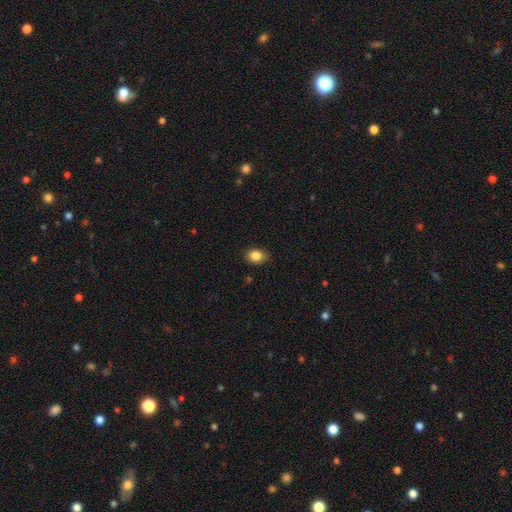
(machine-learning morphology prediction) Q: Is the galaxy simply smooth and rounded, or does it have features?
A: smooth — 86%.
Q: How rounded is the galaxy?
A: in between — 62%.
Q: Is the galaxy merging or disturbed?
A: none — 79%.